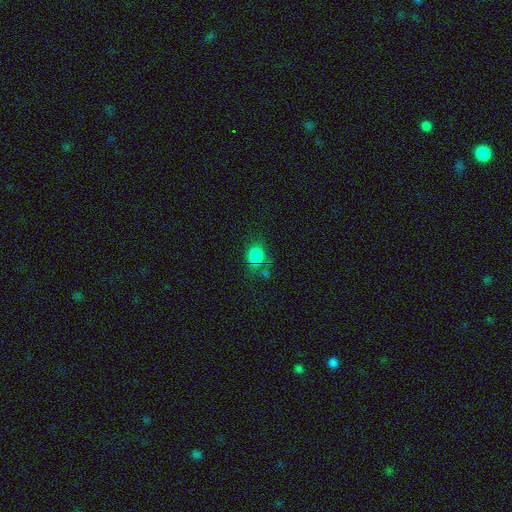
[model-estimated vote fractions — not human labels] Morphology: type=smooth (81%); roundness=round (71%); merging=none (58%).